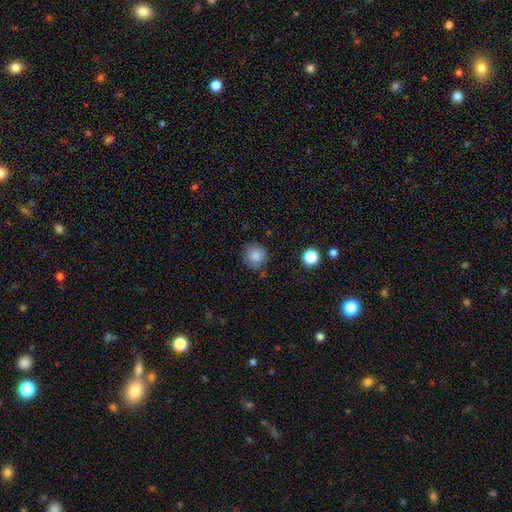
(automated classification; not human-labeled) smooth-or-featured: smooth: 85% | star or artifact: 10% | featured or disk: 5%
  how-rounded: round: 89% | in between: 10% | cigar-shaped: 1%
  merging: none: 83% | minor disturbance: 12% | major disturbance: 3% | merger: 3%